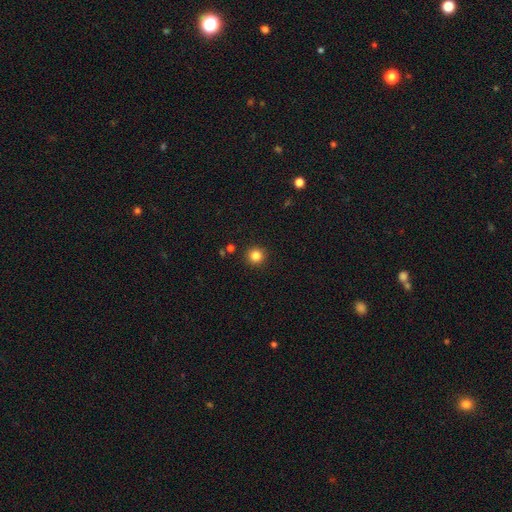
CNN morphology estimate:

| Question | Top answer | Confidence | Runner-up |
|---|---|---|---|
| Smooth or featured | smooth | 84% | star or artifact (12%) |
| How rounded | round | 95% | in between (4%) |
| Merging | none | 92% | minor disturbance (5%) |